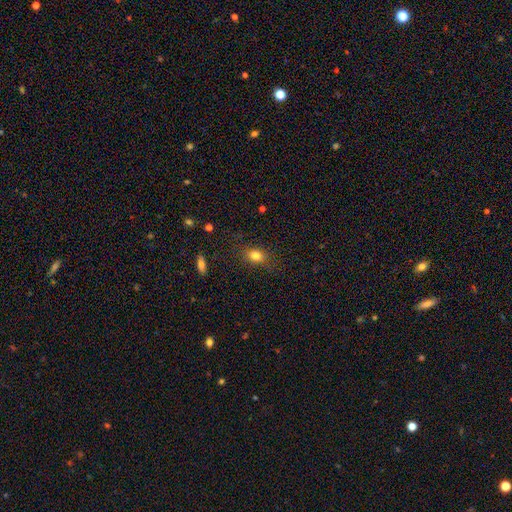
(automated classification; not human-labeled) A smooth galaxy with no disk features (78%) that is in between round and cigar-shaped (60%).

Vote fractions:
- Smooth or featured? smooth: 78% / star or artifact: 12% / featured or disk: 10%
- How rounded? in between: 60% / round: 36% / cigar-shaped: 4%
- Merging? none: 78% / minor disturbance: 15% / major disturbance: 5% / merger: 1%